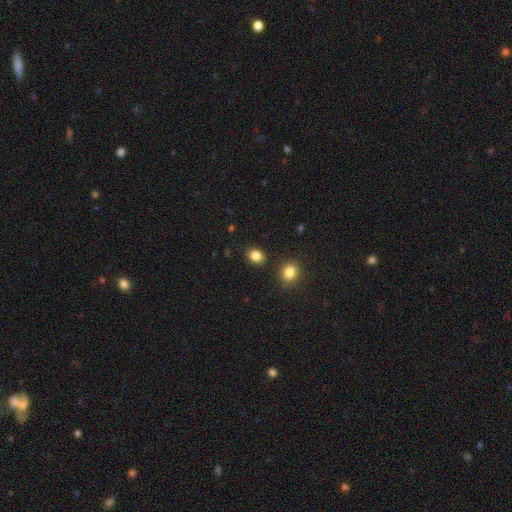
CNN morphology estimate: type=smooth (85%); roundness=round (52%); merging=none (85%).